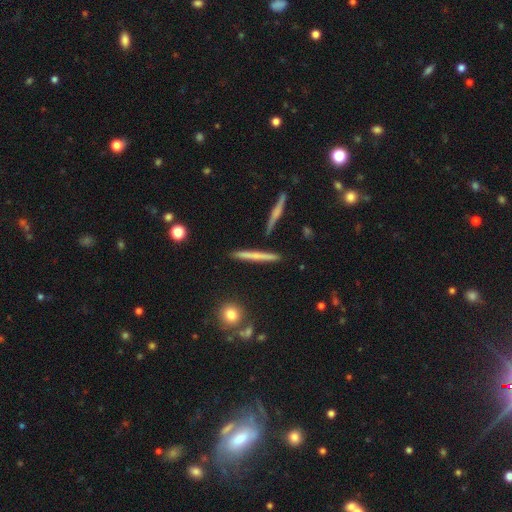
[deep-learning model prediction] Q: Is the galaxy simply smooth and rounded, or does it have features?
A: smooth — 48%.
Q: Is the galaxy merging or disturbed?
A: none — 88%.